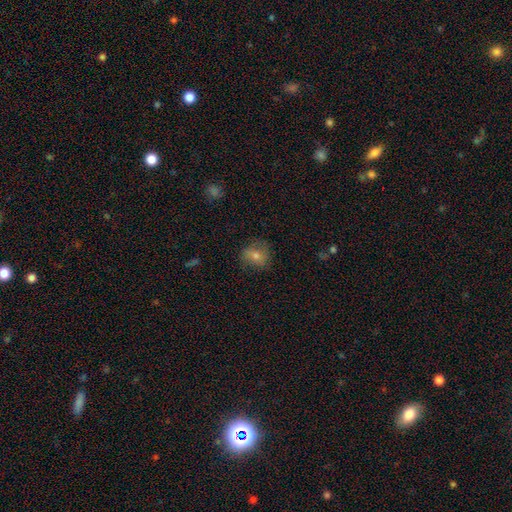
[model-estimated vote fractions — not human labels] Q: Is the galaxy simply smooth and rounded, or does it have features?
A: smooth — 60%.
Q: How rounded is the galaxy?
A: round — 75%.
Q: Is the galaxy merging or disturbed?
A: none — 75%.